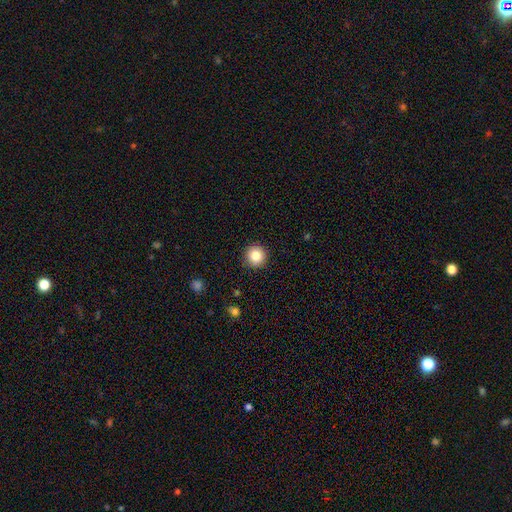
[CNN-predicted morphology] A smooth galaxy with no disk features (85%) that is round (95%). Merging: none (92%).